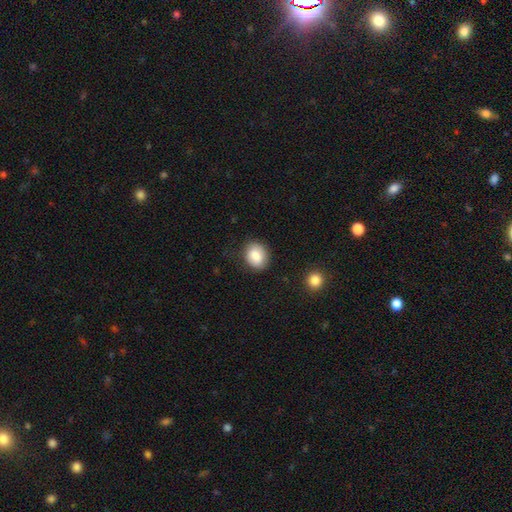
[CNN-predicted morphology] smooth-or-featured: smooth: 84% | star or artifact: 8% | featured or disk: 8%
  how-rounded: round: 52% | in between: 47% | cigar-shaped: 1%
  merging: none: 80% | minor disturbance: 15% | major disturbance: 4% | merger: 2%